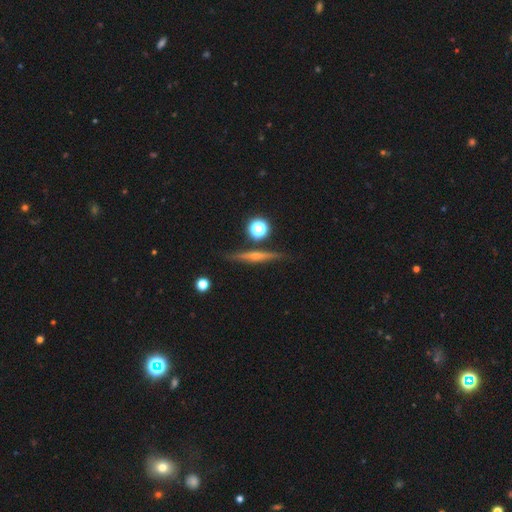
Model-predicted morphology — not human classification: Smooth or featured?
  - featured or disk: 65% *
  - smooth: 24%
  - star or artifact: 11%
Edge-on disk?
  - yes: 96% *
  - no: 4%
Edge-on bulge?
  - rounded: 62% *
  - none: 28%
  - boxy: 10%
Merging?
  - none: 86% *
  - minor disturbance: 8%
  - merger: 3%
  - major disturbance: 2%